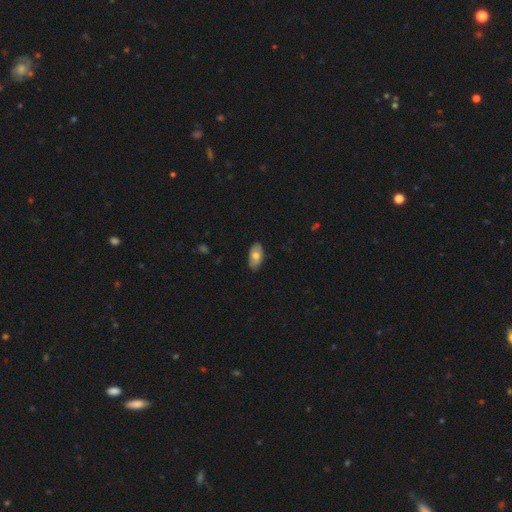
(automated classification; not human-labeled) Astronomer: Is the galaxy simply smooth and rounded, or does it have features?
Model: smooth — 70%.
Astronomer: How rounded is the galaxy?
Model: in between — 94%.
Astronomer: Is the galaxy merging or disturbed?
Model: none — 85%.